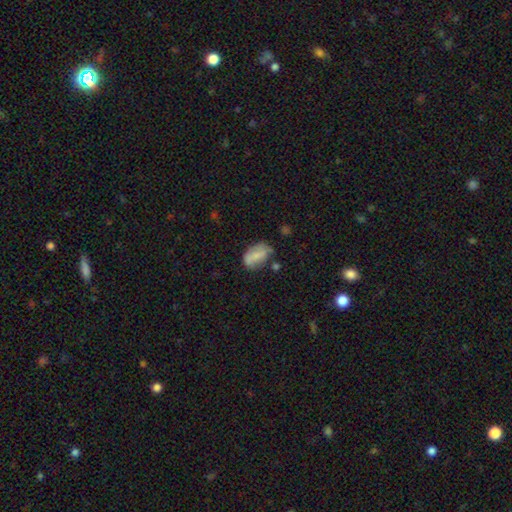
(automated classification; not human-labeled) The model was most divided on "merging": none: 56%, minor disturbance: 28%, major disturbance: 9%, merger: 6%. More confident: how rounded — in between (88%); smooth or featured — smooth (70%).